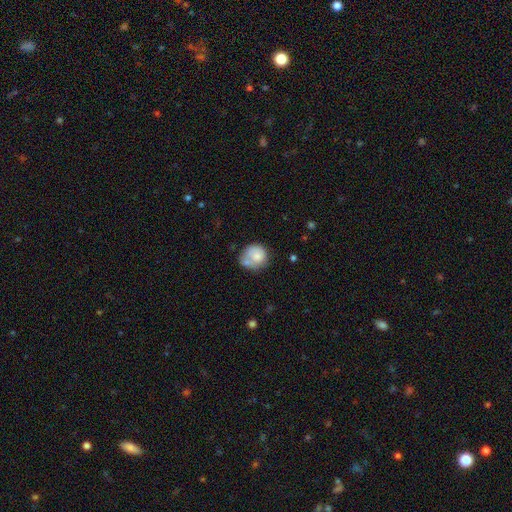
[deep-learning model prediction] Morphology: type=smooth (73%); roundness=round (84%); merging=none (45%).